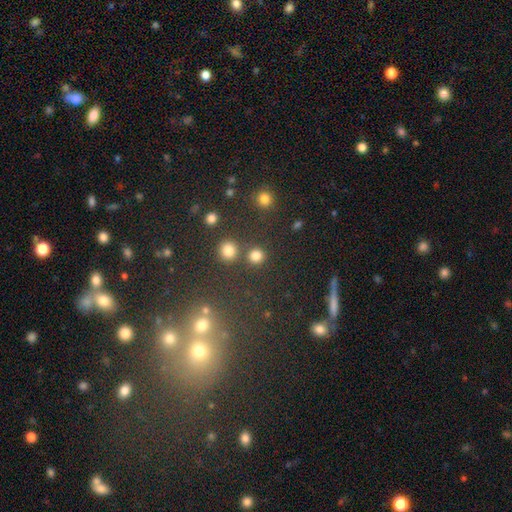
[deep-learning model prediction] A smooth galaxy with no disk features (80%) that is round (90%). Merging: none (77%).